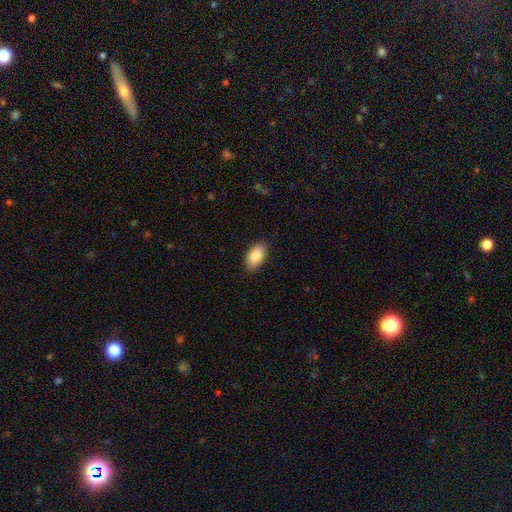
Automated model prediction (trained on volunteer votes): Overall: smooth (87%). How rounded: in between (94%). Merging: none (88%).